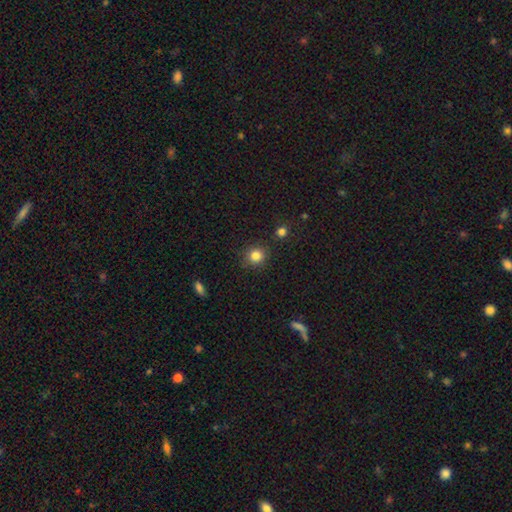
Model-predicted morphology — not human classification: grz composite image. It shows a smooth galaxy with no disk features (83%) that is round (87%). Merging: none (86%).